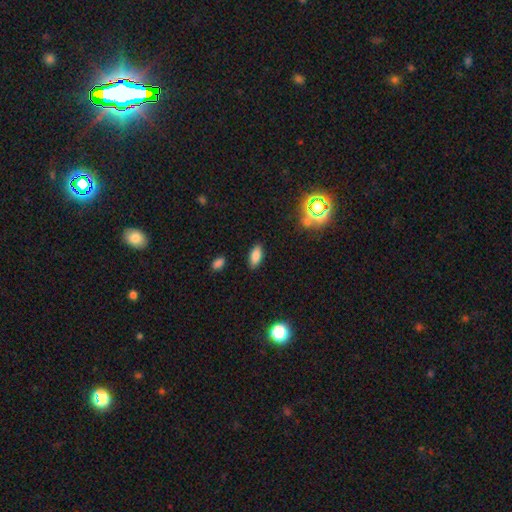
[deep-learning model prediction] Smooth or featured: smooth — 81% (star or artifact — 11%)
How rounded: in between — 86% (cigar-shaped — 11%)
Merging: none — 88% (minor disturbance — 9%)